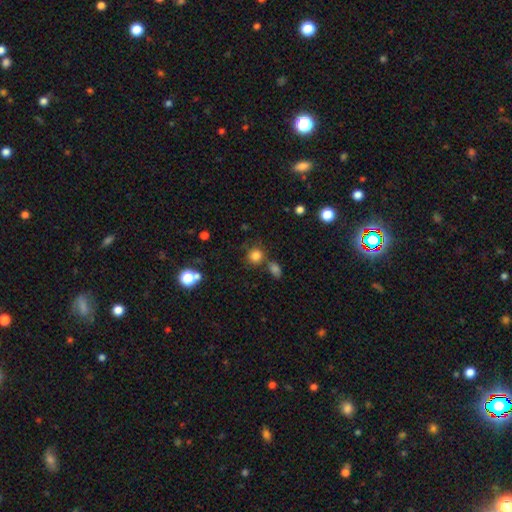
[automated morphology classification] smooth 81%, star or artifact 14%, featured or disk 6%. Down the decision tree: how rounded — round (85%); merging — none (68%).